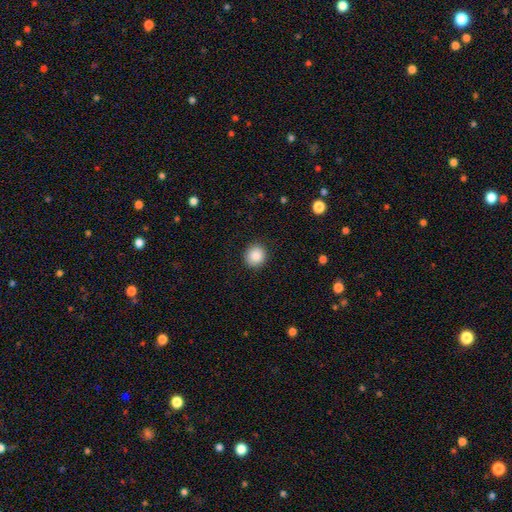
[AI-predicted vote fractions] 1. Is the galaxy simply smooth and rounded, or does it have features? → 88% smooth, 9% star or artifact, 3% featured or disk.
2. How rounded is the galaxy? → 84% round, 15% in between, 1% cigar-shaped.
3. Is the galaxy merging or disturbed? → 90% none, 7% minor disturbance, 2% major disturbance, 1% merger.